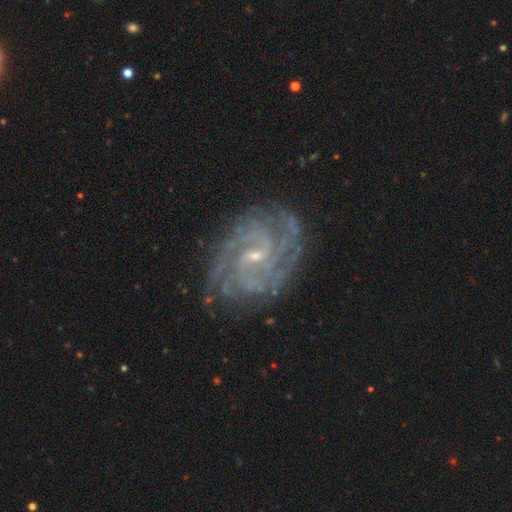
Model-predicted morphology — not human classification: Smooth or featured: featured or disk — 91% (star or artifact — 5%)
Edge-on disk: no — 97% (yes — 3%)
Bar: weak — 55% (no — 29%)
Spiral arms: yes — 98% (no — 2%)
Spiral winding: tight — 63% (medium — 32%)
Spiral arm count: 2 — 24% (can't tell — 22%)
Bulge size: small — 77% (moderate — 17%)
Merging: none — 79% (minor disturbance — 15%)